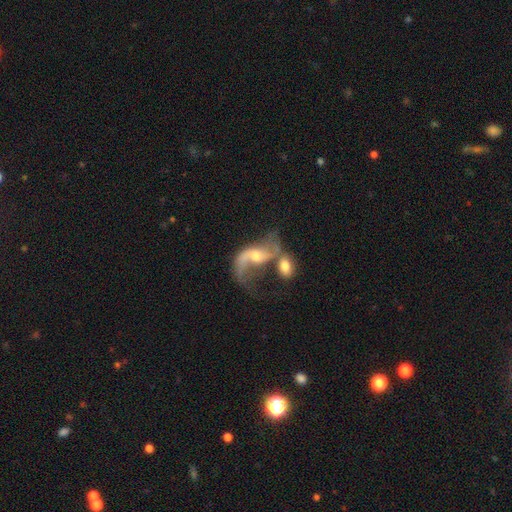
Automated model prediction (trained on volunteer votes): Overall: featured or disk (77%). Edge-on disk: no (95%). Bar: no (50%; weak 35%). Spiral arms: yes (86%). Spiral arm count: 2 (72%). Spiral winding: loose (83%). Bulge size: moderate (53%; small 35%). Merging: merger (53%; none 20%).